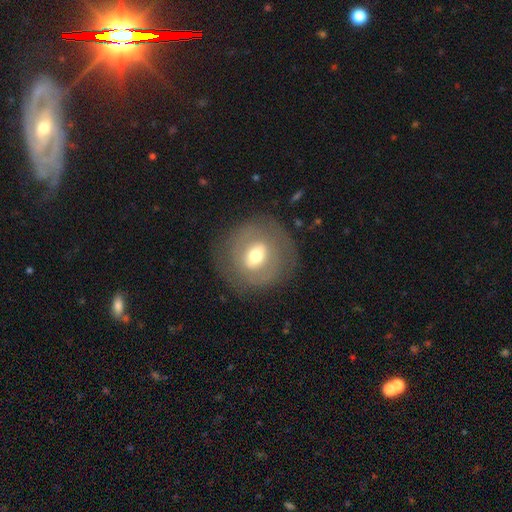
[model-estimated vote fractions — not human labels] Q: Smooth or featured?
A: featured or disk (51%); runner-up: smooth (41%)
Q: Edge-on disk?
A: no (93%); runner-up: yes (7%)
Q: Merging?
A: none (79%); runner-up: minor disturbance (12%)